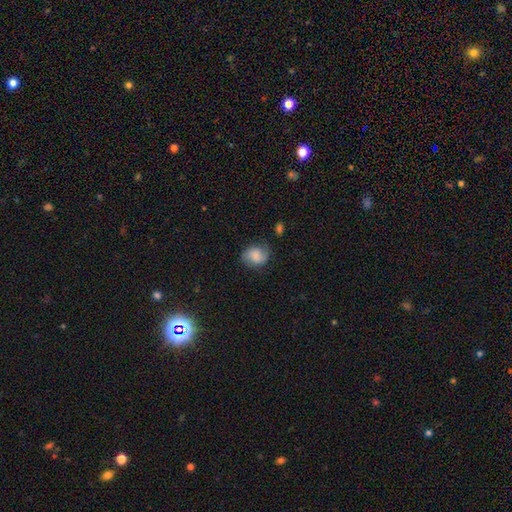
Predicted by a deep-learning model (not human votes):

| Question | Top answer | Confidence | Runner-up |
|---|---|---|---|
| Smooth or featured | smooth | 70% | featured or disk (21%) |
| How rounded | round | 52% | in between (46%) |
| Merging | none | 69% | minor disturbance (23%) |